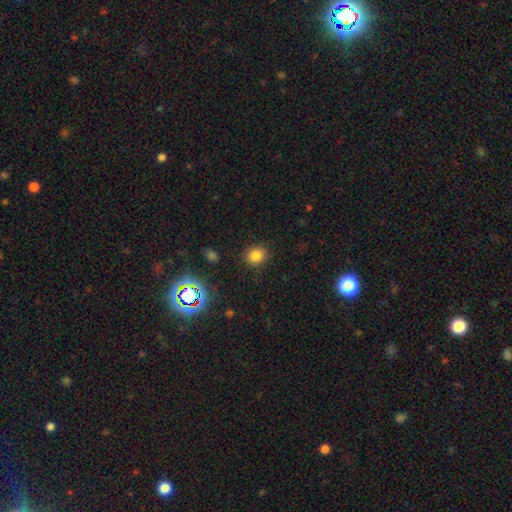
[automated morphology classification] Smooth or featured: smooth — 81% (star or artifact — 13%)
How rounded: round — 72% (in between — 27%)
Merging: none — 88% (minor disturbance — 8%)